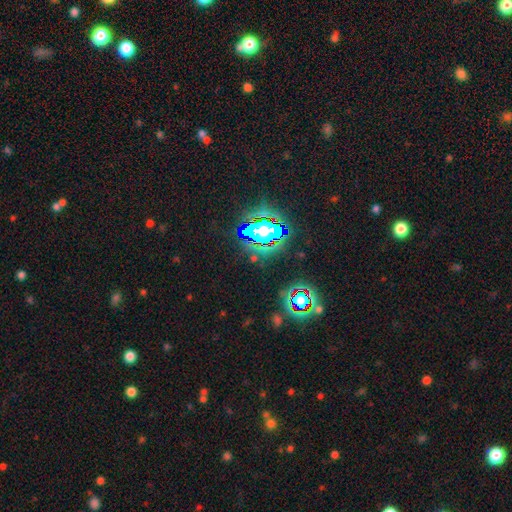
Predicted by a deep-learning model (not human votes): smooth_or_featured: star or artifact (p=0.73) [alt: smooth p=0.15]